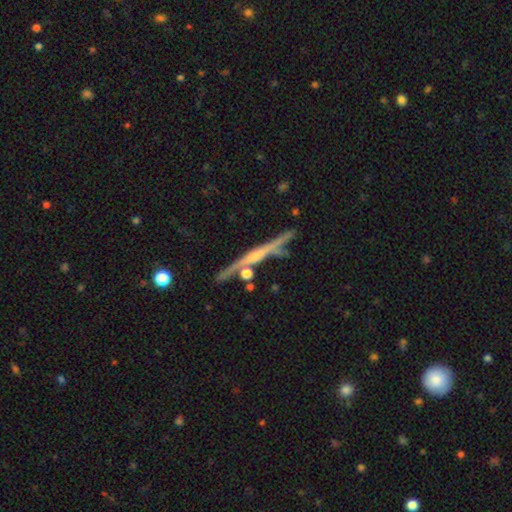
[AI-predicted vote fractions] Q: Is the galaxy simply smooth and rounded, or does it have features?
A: featured or disk — 68%.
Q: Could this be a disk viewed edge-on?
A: yes — 96%.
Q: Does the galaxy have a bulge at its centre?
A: none — 48%.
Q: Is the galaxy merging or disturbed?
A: none — 80%.